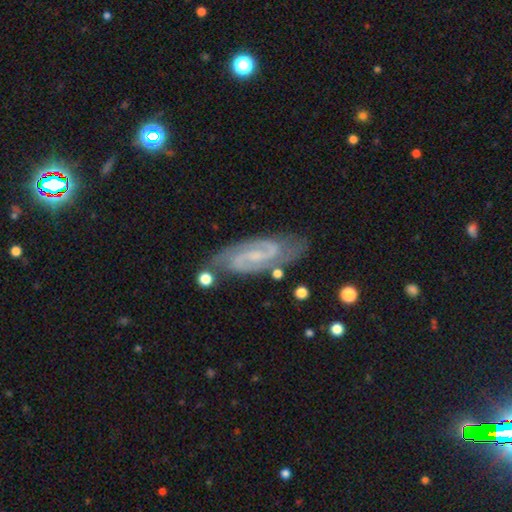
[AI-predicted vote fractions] Smooth or featured?
  - featured or disk: 89% *
  - smooth: 6%
  - star or artifact: 6%
Edge-on disk?
  - no: 95% *
  - yes: 5%
Bar?
  - weak: 49% *
  - strong: 26%
  - no: 24%
Spiral arms?
  - yes: 98% *
  - no: 2%
Spiral winding?
  - medium: 49% *
  - tight: 39%
  - loose: 12%
Spiral arm count?
  - 2: 91% *
  - can't tell: 4%
  - 3: 2%
  - 1: 1%
  - 4: 1%
  - more than 4: 1%
Bulge size?
  - small: 66% *
  - none: 17%
  - moderate: 15%
  - large: 1%
  - dominant: 1%
Merging?
  - none: 78% *
  - minor disturbance: 15%
  - major disturbance: 4%
  - merger: 3%